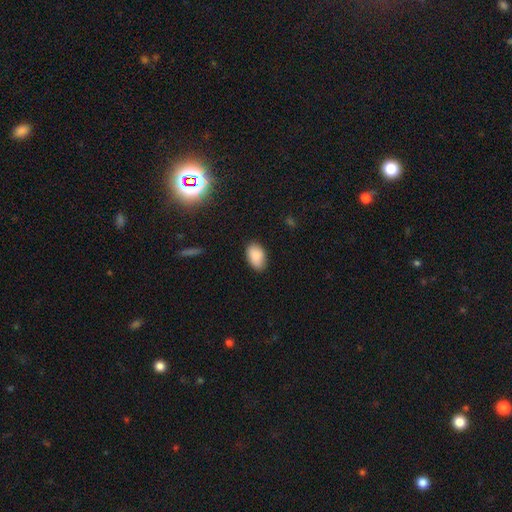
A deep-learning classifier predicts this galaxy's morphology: A smooth galaxy with no disk features (87%) that is in between round and cigar-shaped (91%). Merging: none (84%).